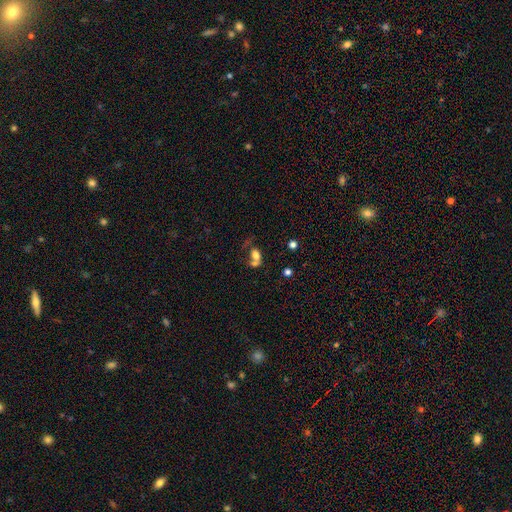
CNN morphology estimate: This appears to be a smooth galaxy with no disk features (63%) that is in between round and cigar-shaped (68%). Merging: merger (53%).